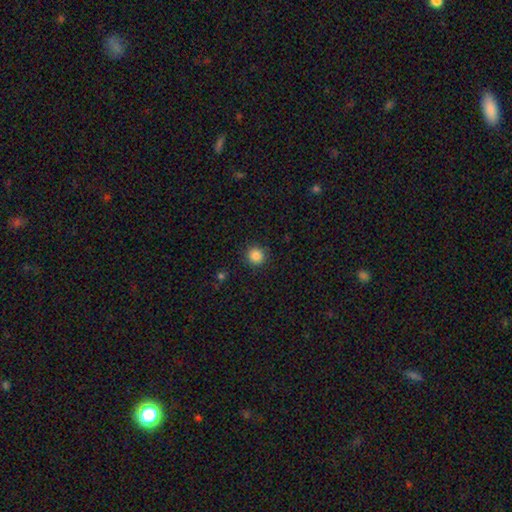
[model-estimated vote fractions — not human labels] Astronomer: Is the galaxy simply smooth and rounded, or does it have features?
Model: smooth — 86%.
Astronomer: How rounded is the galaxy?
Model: round — 93%.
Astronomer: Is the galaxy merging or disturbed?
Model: none — 91%.